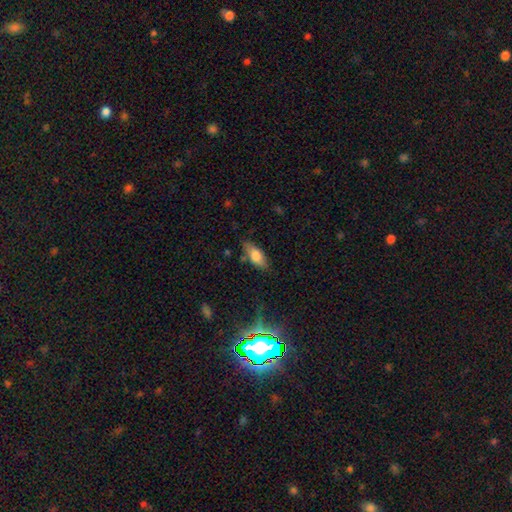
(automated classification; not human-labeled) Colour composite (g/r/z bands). It shows a smooth galaxy with no disk features (74%) that is in between round and cigar-shaped (79%). Merging: none (77%).